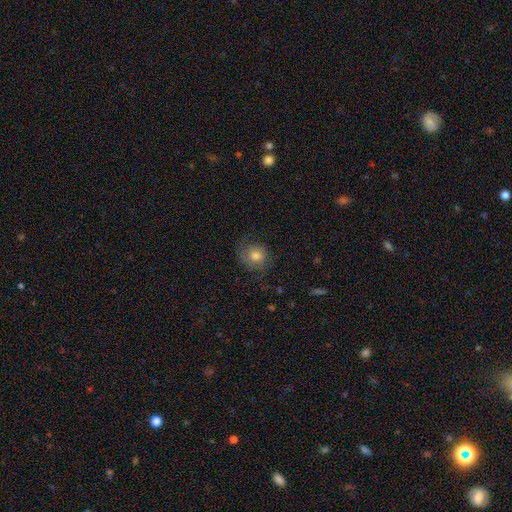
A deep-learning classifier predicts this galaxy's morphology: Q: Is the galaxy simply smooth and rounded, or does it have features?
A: smooth — 62%.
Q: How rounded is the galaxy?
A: round — 79%.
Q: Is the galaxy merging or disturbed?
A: none — 65%.